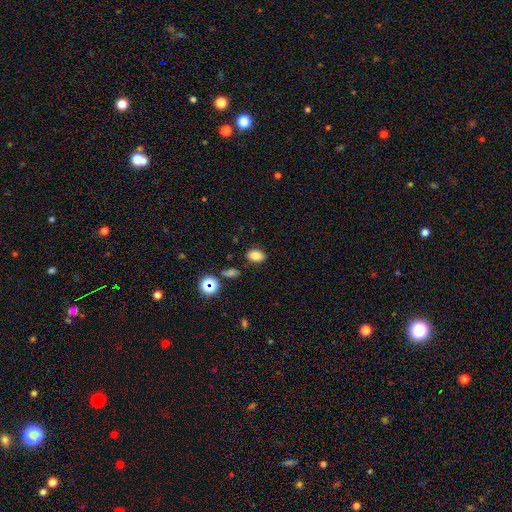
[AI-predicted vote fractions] Smooth or featured? Predicted: smooth (p=0.81). How rounded? Predicted: in between (p=0.81). Merging? Predicted: none (p=0.84).